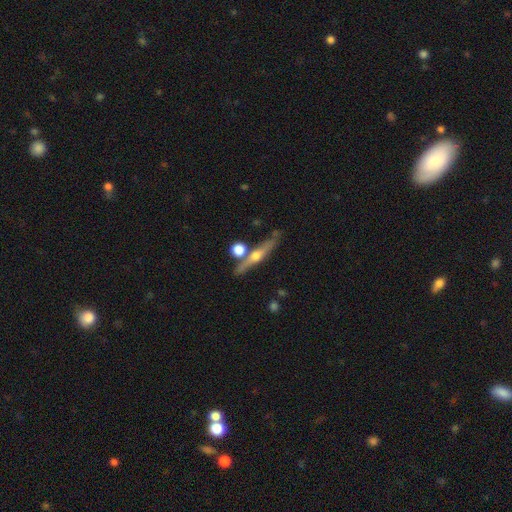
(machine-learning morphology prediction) Smooth or featured? featured or disk (68%)
Edge-on disk? yes (95%)
Edge-on bulge? rounded (91%)
Merging? none (72%)